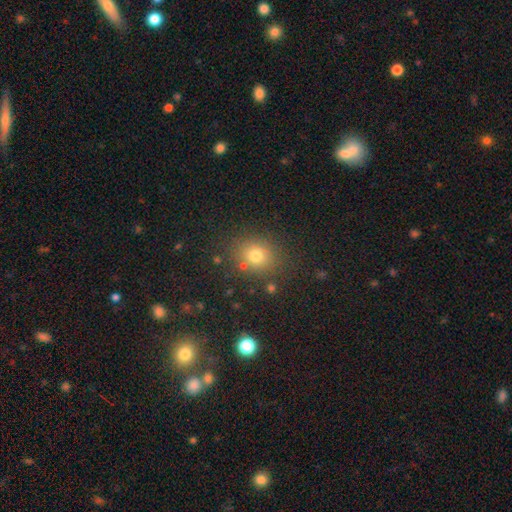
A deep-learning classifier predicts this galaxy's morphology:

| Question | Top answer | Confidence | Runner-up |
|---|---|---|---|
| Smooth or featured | smooth | 74% | star or artifact (18%) |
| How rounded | round | 71% | in between (28%) |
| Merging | none | 82% | minor disturbance (10%) |